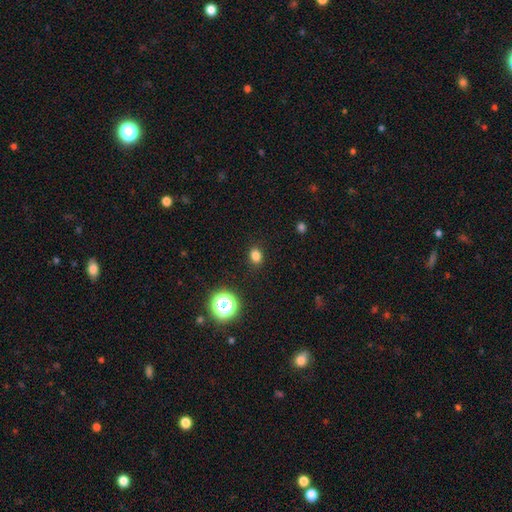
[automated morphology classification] This is clearly a smooth galaxy (81%). How rounded: possibly in between (53%). Merging: clearly none (88%).